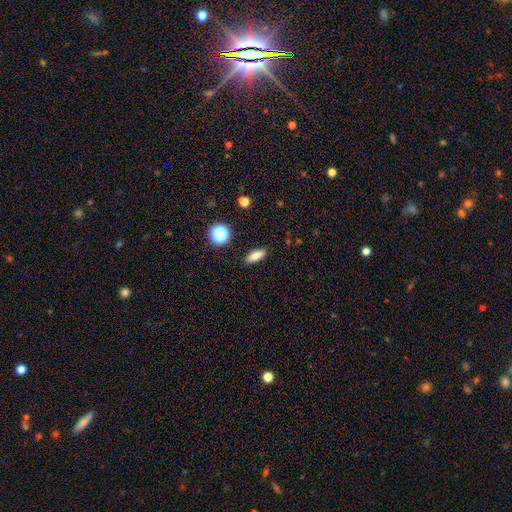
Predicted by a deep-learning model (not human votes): Smooth or featured: smooth — 80% (star or artifact — 11%)
How rounded: in between — 58% (cigar-shaped — 36%)
Merging: none — 88% (minor disturbance — 8%)